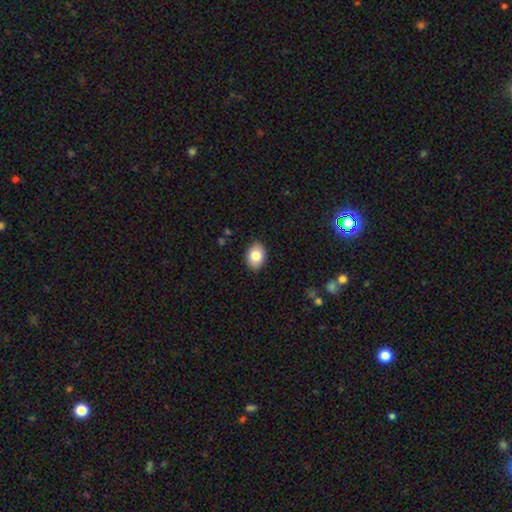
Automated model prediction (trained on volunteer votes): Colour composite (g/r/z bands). It shows a smooth galaxy with no disk features (82%) that is in between round and cigar-shaped (73%). Merging: none (89%).